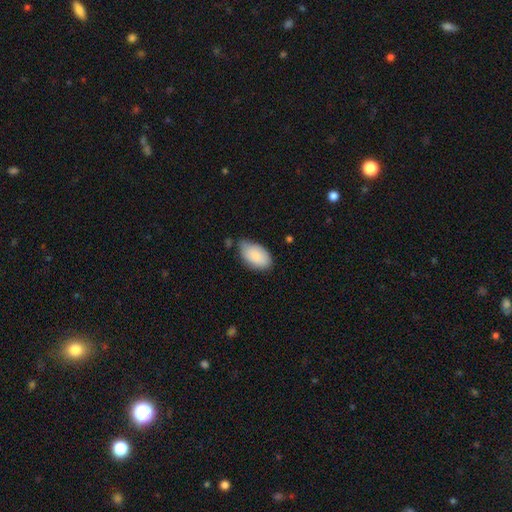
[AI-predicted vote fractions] Smooth or featured?
  - smooth: 84% *
  - featured or disk: 10%
  - star or artifact: 6%
How rounded?
  - in between: 94% *
  - round: 4%
  - cigar-shaped: 1%
Merging?
  - none: 58% *
  - minor disturbance: 33%
  - major disturbance: 5%
  - merger: 3%